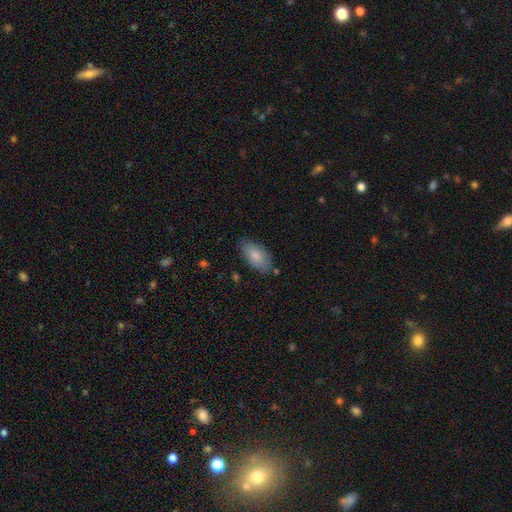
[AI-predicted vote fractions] This is clearly a smooth galaxy (82%). How rounded: clearly in between (92%). Merging: likely none (77%).